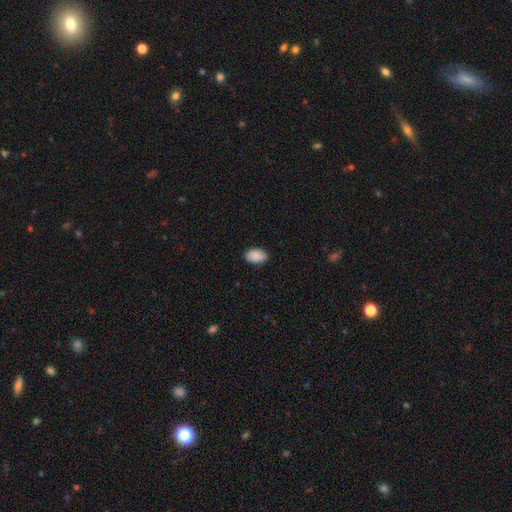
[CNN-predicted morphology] Smooth or featured?
  - smooth: 91% *
  - star or artifact: 6%
  - featured or disk: 3%
How rounded?
  - in between: 93% *
  - round: 6%
  - cigar-shaped: 1%
Merging?
  - none: 89% *
  - minor disturbance: 8%
  - major disturbance: 2%
  - merger: 1%